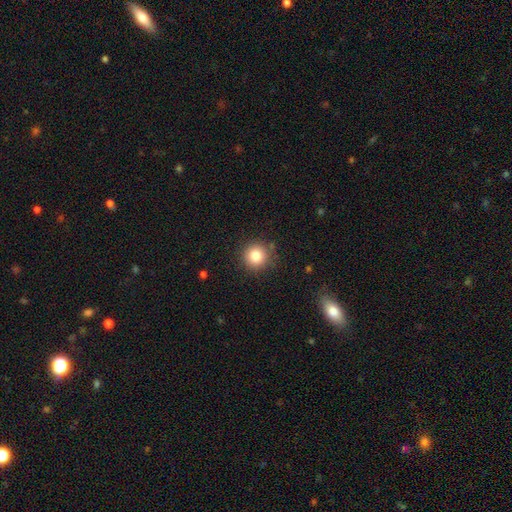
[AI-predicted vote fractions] Smooth or featured?
  - smooth: 83% *
  - star or artifact: 11%
  - featured or disk: 7%
How rounded?
  - round: 94% *
  - in between: 5%
  - cigar-shaped: 1%
Merging?
  - none: 87% *
  - minor disturbance: 9%
  - major disturbance: 3%
  - merger: 2%